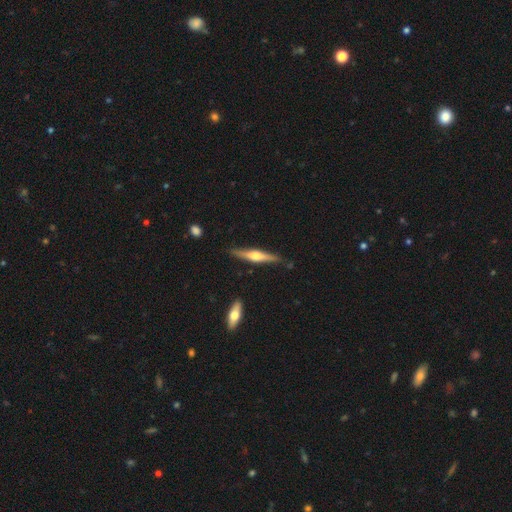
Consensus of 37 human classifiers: Q: Smooth or featured?
A: featured or disk (73%); runner-up: smooth (24%)
Q: Edge-on disk?
A: yes (93%); runner-up: no (7%)
Q: Edge-on bulge?
A: rounded (92%); runner-up: none (8%)
Q: Merging?
A: none (83%); runner-up: merger (8%)